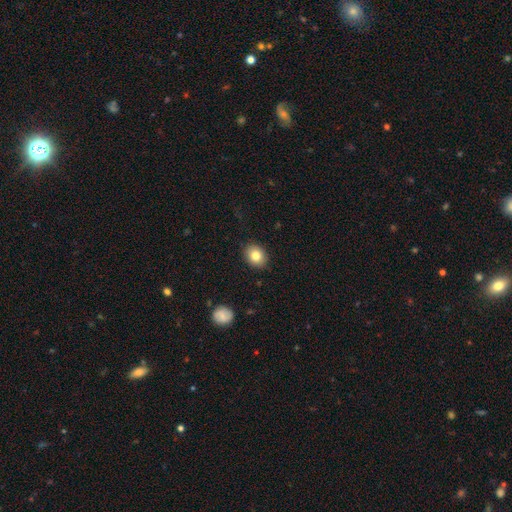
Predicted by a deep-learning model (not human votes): smooth-or-featured: smooth: 81% | featured or disk: 10% | star or artifact: 9%
  how-rounded: in between: 52% | round: 47% | cigar-shaped: 1%
  merging: none: 89% | minor disturbance: 8% | major disturbance: 2% | merger: 1%